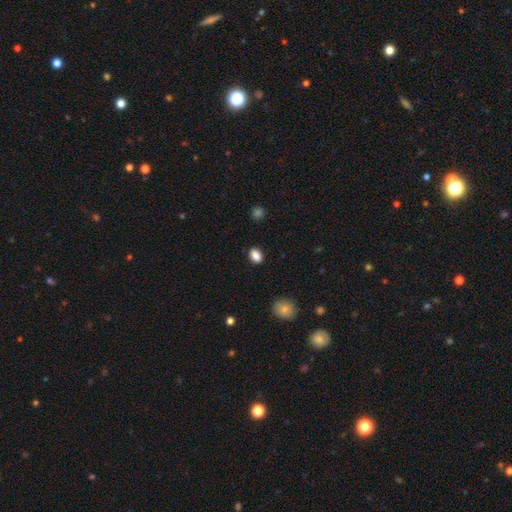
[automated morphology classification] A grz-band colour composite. It shows a smooth galaxy with no disk features (87%) that is in between round and cigar-shaped (79%). Merging: none (87%).